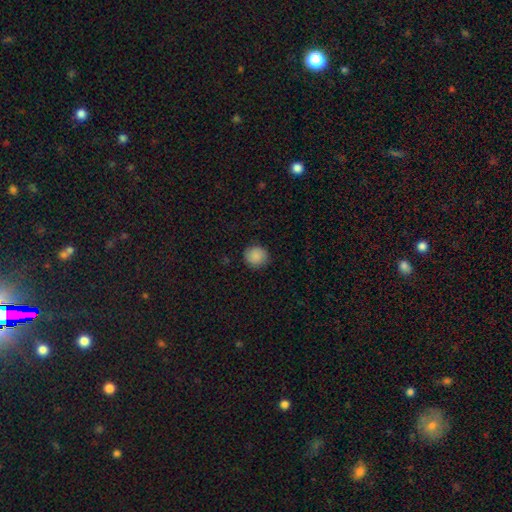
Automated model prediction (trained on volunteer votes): Smooth or featured? Predicted: smooth (p=0.88). How rounded? Predicted: round (p=0.92). Merging? Predicted: none (p=0.89).